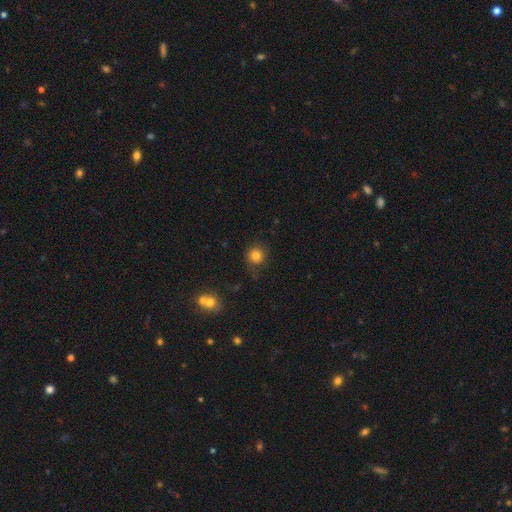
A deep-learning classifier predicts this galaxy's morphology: Q: Smooth or featured?
A: smooth (81%); runner-up: star or artifact (13%)
Q: How rounded?
A: round (90%); runner-up: in between (9%)
Q: Merging?
A: none (79%); runner-up: minor disturbance (14%)